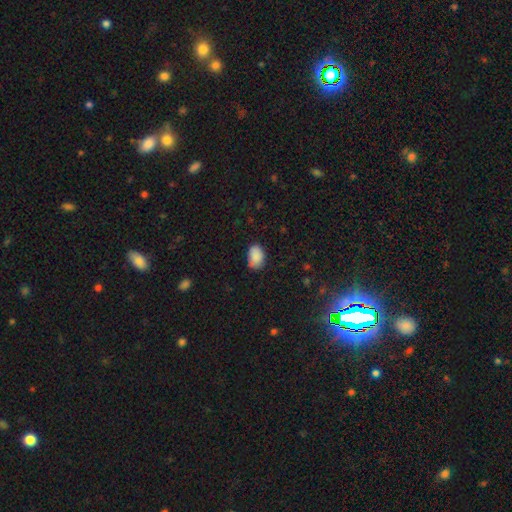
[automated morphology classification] Smooth or featured? Predicted: smooth (p=0.88). How rounded? Predicted: in between (p=0.83). Merging? Predicted: none (p=0.73).